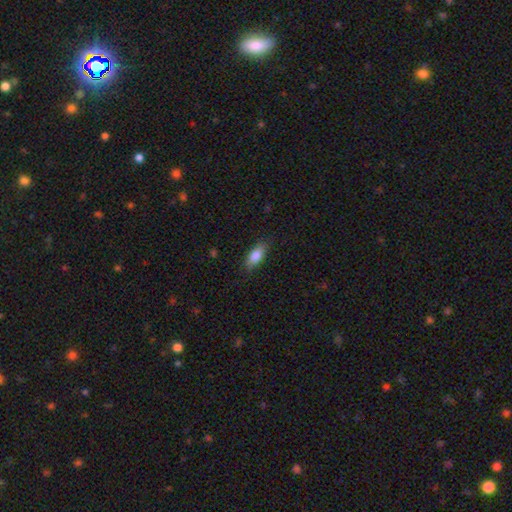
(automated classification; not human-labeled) smooth_or_featured: smooth (p=0.82) [alt: featured or disk p=0.11]
how_rounded: in between (p=0.81) [alt: cigar-shaped p=0.16]
merging: none (p=0.84) [alt: minor disturbance p=0.12]